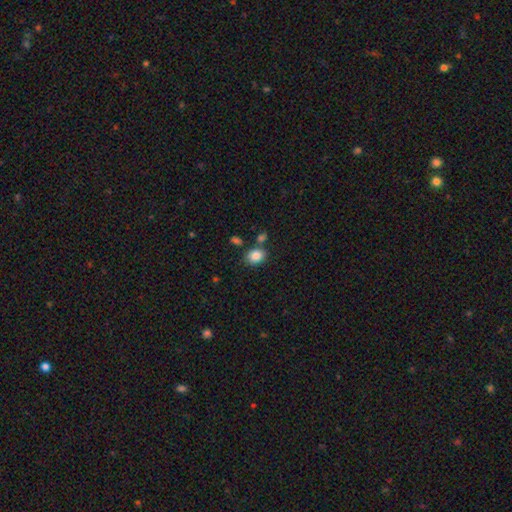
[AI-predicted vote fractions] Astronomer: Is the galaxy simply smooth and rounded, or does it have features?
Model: smooth — 86%.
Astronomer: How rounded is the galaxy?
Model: in between — 55% (runner-up: round, 44%).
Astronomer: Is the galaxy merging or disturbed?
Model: none — 72%.